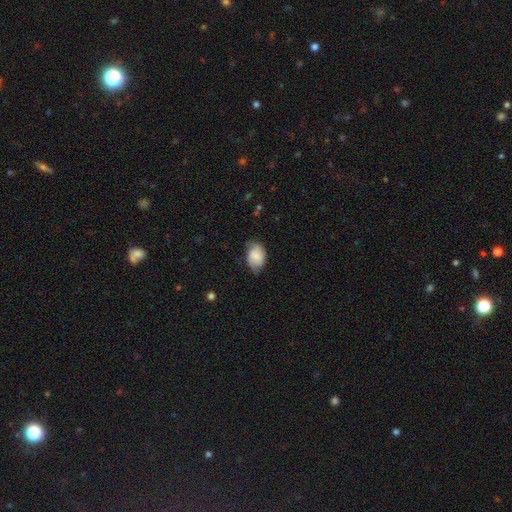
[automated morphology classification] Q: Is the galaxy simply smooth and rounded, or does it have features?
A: smooth — 71%.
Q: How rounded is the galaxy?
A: in between — 83%.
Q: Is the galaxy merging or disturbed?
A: none — 59%.